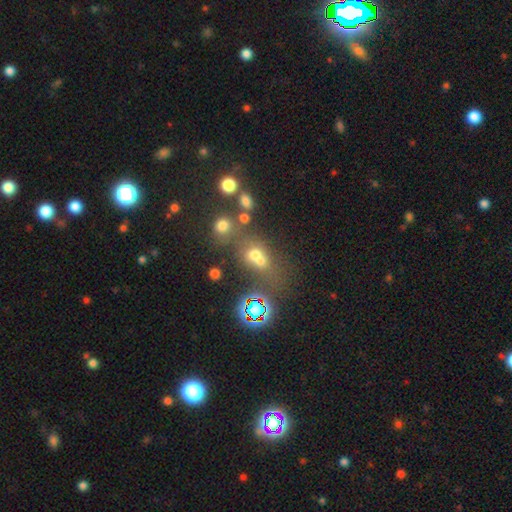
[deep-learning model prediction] Smooth or featured: smooth — 56% (star or artifact — 29%)
How rounded: round — 66% (in between — 32%)
Merging: merger — 47% (none — 37%)